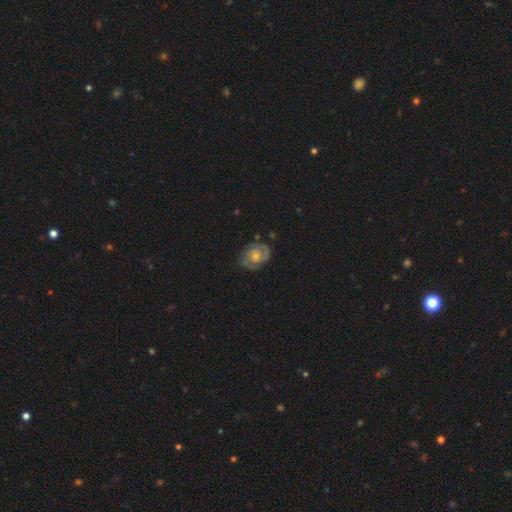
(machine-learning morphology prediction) Smooth or featured?
  - featured or disk: 69% *
  - smooth: 25%
  - star or artifact: 7%
Edge-on disk?
  - no: 97% *
  - yes: 3%
Bar?
  - no: 72% *
  - weak: 25%
  - strong: 4%
Spiral arms?
  - yes: 88% *
  - no: 12%
Spiral winding?
  - tight: 51% *
  - medium: 37%
  - loose: 12%
Spiral arm count?
  - 2: 69% *
  - can't tell: 17%
  - 3: 6%
  - 1: 4%
  - 4: 2%
  - more than 4: 2%
Bulge size?
  - small: 48% *
  - moderate: 45%
  - none: 3%
  - large: 3%
  - dominant: 1%
Merging?
  - none: 72% *
  - minor disturbance: 20%
  - major disturbance: 6%
  - merger: 2%